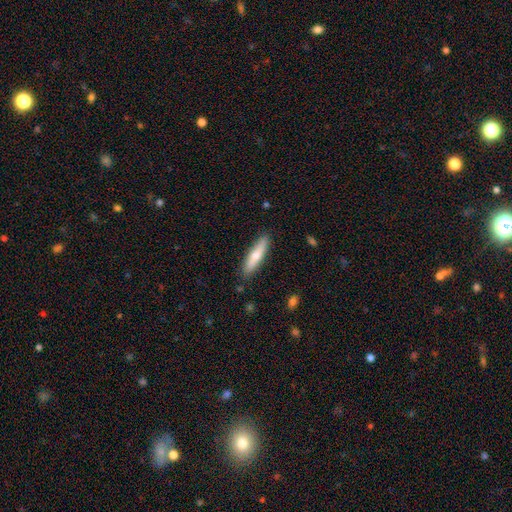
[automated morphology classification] Q: Smooth or featured?
A: smooth (64%); runner-up: featured or disk (30%)
Q: How rounded?
A: cigar-shaped (78%); runner-up: in between (20%)
Q: Merging?
A: none (86%); runner-up: minor disturbance (10%)